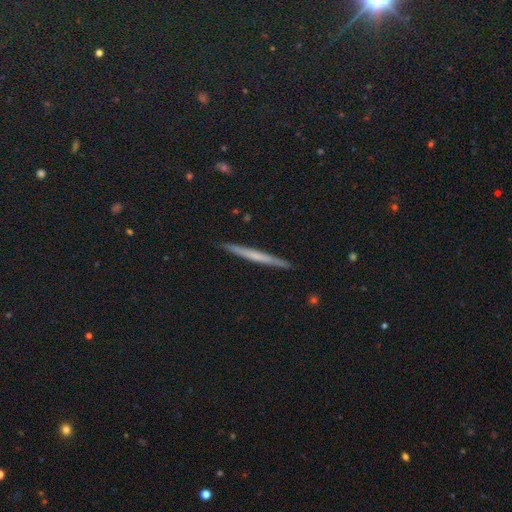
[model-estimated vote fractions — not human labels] smooth-or-featured: featured or disk: 49% | smooth: 44% | star or artifact: 7%
  merging: none: 92% | minor disturbance: 6% | major disturbance: 1% | merger: 1%